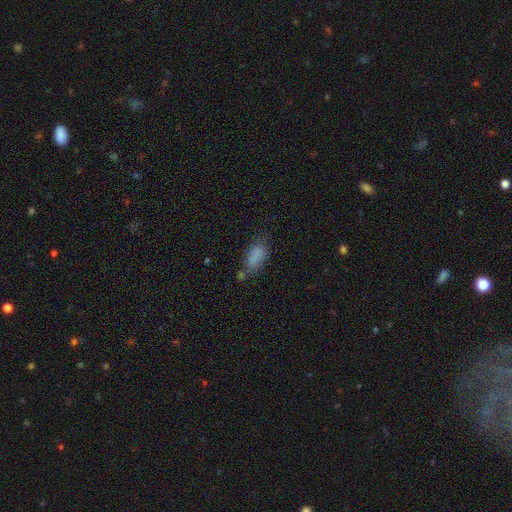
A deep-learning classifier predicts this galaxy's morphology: The model was most divided on "merging": none: 46%, minor disturbance: 25%, merger: 15%, major disturbance: 14%. More confident: how rounded — in between (84%); smooth or featured — smooth (76%).